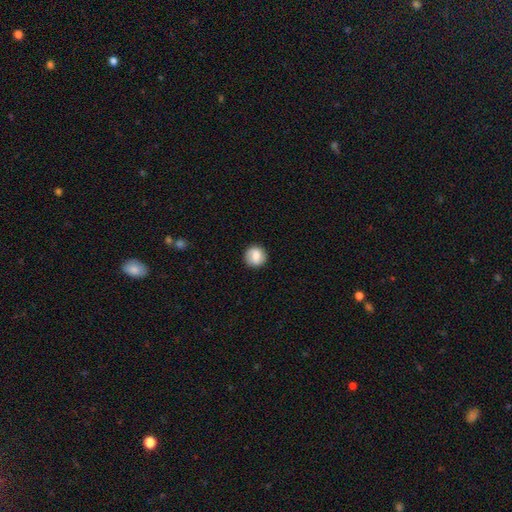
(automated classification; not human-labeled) Smooth or featured? smooth (73%)
How rounded? round (91%)
Merging? none (89%)